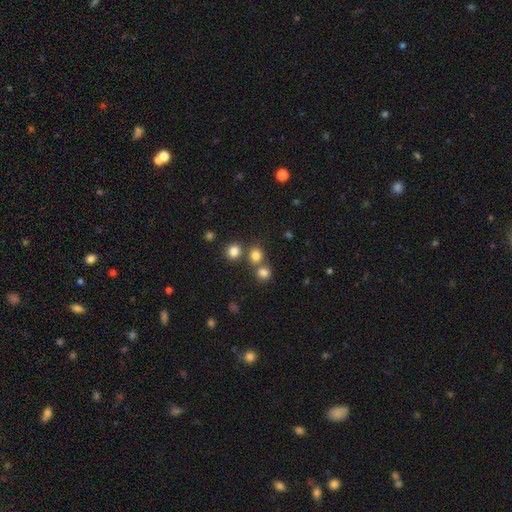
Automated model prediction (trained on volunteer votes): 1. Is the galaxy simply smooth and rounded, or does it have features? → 78% smooth, 16% star or artifact, 6% featured or disk.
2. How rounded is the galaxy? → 81% round, 18% in between, 1% cigar-shaped.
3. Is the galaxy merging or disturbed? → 62% none, 27% merger, 7% minor disturbance, 3% major disturbance.